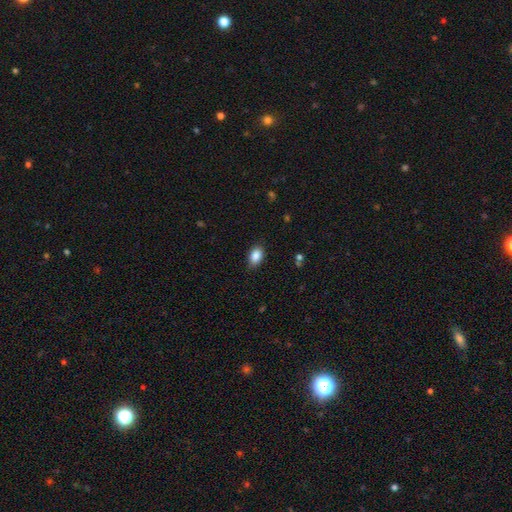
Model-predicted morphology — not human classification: Overall: smooth (88%). How rounded: in between (88%). Merging: none (84%).